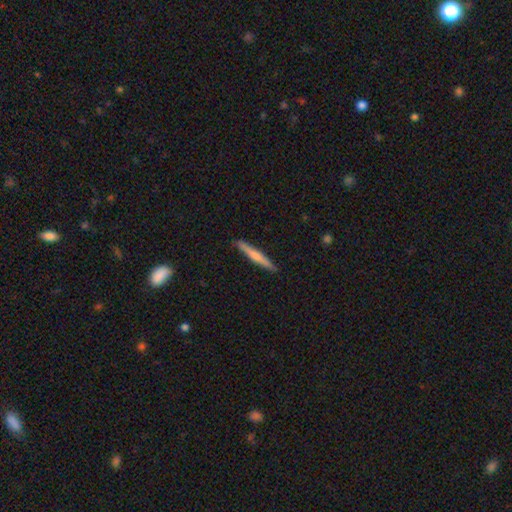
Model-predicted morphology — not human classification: Smooth or featured?
  - smooth: 55% *
  - featured or disk: 40%
  - star or artifact: 5%
How rounded?
  - cigar-shaped: 95% *
  - in between: 4%
  - round: 1%
Merging?
  - none: 90% *
  - minor disturbance: 7%
  - major disturbance: 1%
  - merger: 1%